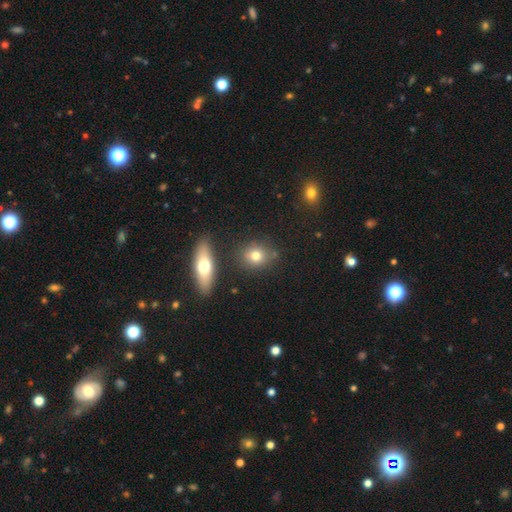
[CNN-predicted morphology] smooth_or_featured: smooth (p=0.75) [alt: featured or disk p=0.14]
how_rounded: round (p=0.61) [alt: in between p=0.36]
merging: none (p=0.75) [alt: minor disturbance p=0.12]